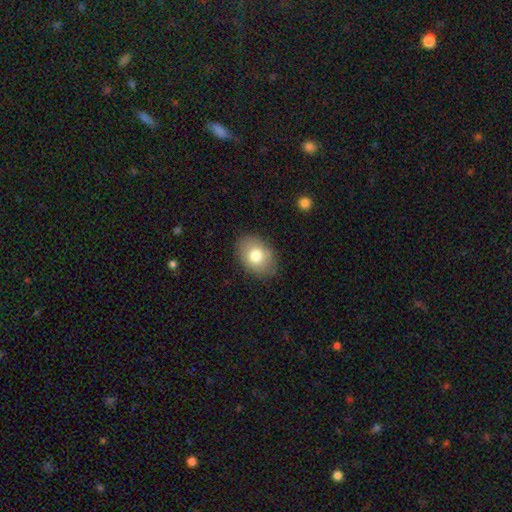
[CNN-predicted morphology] This is likely a smooth galaxy (77%). How rounded: likely in between (75%). Merging: clearly none (84%).